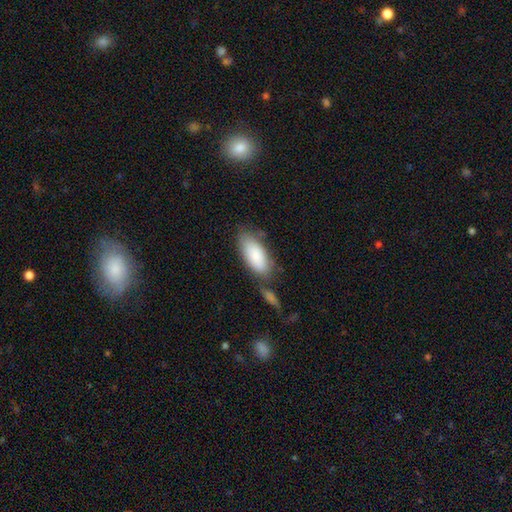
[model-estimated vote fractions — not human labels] Q: Smooth or featured?
A: smooth (84%); runner-up: featured or disk (10%)
Q: How rounded?
A: in between (88%); runner-up: cigar-shaped (11%)
Q: Merging?
A: none (54%); runner-up: minor disturbance (20%)